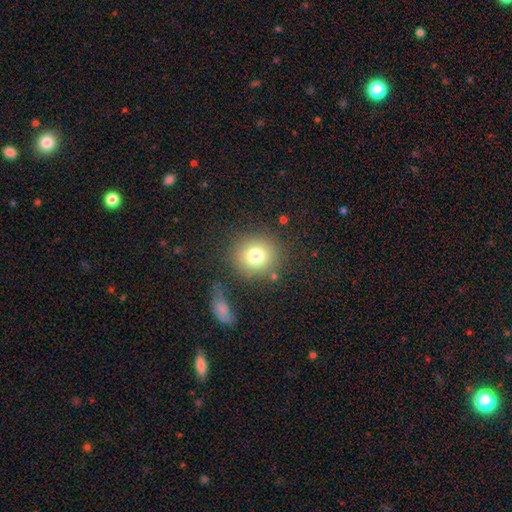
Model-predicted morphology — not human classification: smooth-or-featured: smooth: 77% | star or artifact: 12% | featured or disk: 11%
  how-rounded: round: 89% | in between: 10% | cigar-shaped: 1%
  merging: none: 81% | minor disturbance: 10% | major disturbance: 5% | merger: 5%